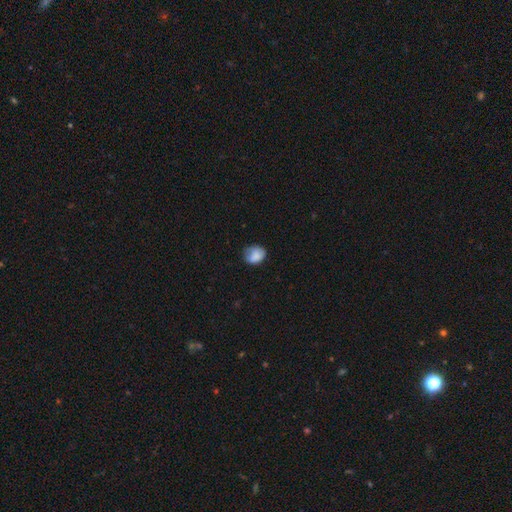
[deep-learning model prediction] A smooth galaxy with no disk features (80%) that is round (52%).

Vote fractions:
- Smooth or featured? smooth: 80% / featured or disk: 11% / star or artifact: 8%
- How rounded? round: 52% / in between: 47% / cigar-shaped: 1%
- Merging? none: 57% / minor disturbance: 31% / major disturbance: 10% / merger: 2%